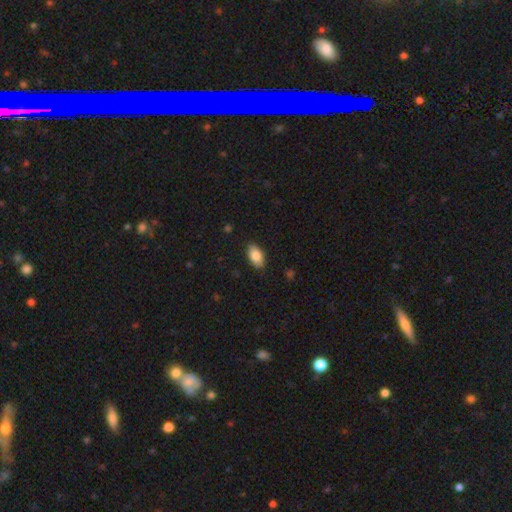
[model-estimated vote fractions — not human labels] Q: Smooth or featured?
A: smooth (85%); runner-up: featured or disk (8%)
Q: How rounded?
A: in between (93%); runner-up: round (4%)
Q: Merging?
A: none (87%); runner-up: minor disturbance (10%)